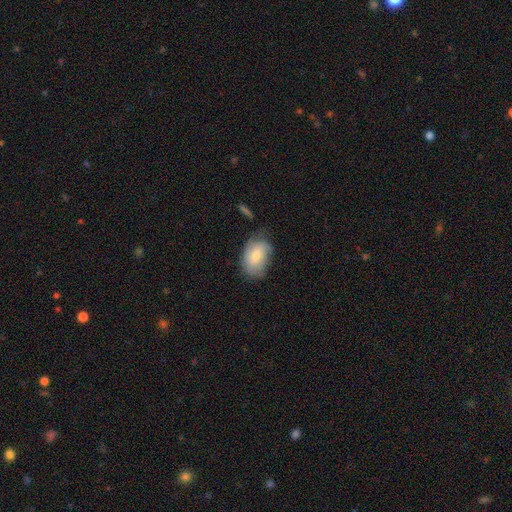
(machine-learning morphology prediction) A smooth galaxy with no disk features (57%) that is in between round and cigar-shaped (86%).

Vote fractions:
- Smooth or featured? smooth: 57% / featured or disk: 36% / star or artifact: 7%
- How rounded? in between: 86% / round: 12% / cigar-shaped: 2%
- Merging? none: 58% / minor disturbance: 30% / major disturbance: 9% / merger: 2%